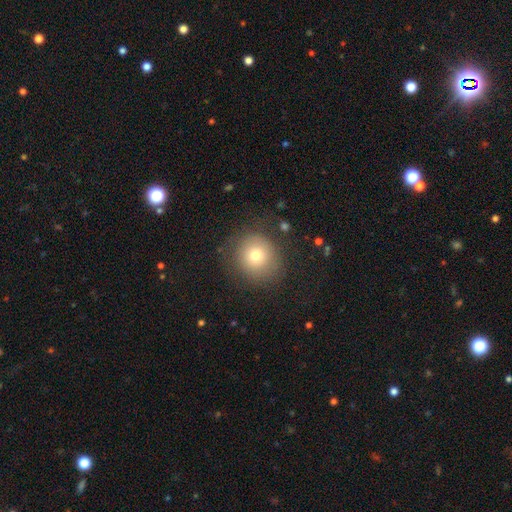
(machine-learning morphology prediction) type=smooth (74%); roundness=round (86%); merging=none (80%).